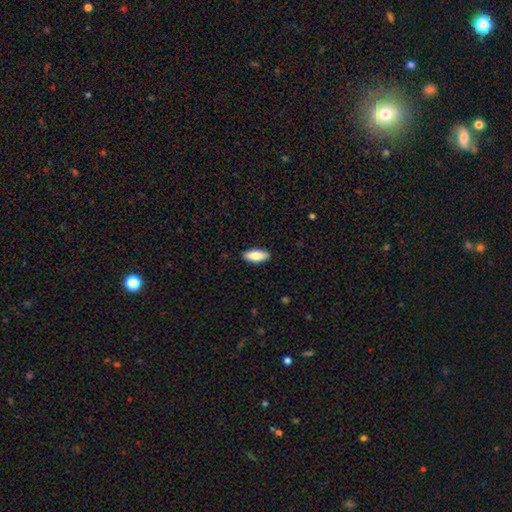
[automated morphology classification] This is clearly a smooth galaxy (86%). How rounded: clearly in between (81%). Merging: clearly none (89%).